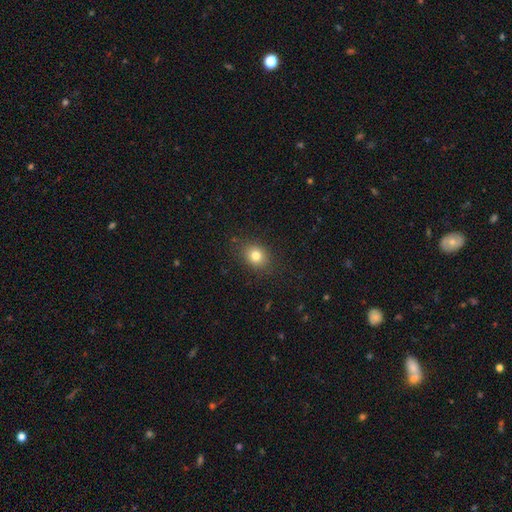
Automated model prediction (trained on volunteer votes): A smooth galaxy with no disk features (80%) that is round (58%).

Vote fractions:
- Smooth or featured? smooth: 80% / star or artifact: 12% / featured or disk: 8%
- How rounded? round: 58% / in between: 41% / cigar-shaped: 1%
- Merging? none: 86% / minor disturbance: 10% / major disturbance: 3% / merger: 1%